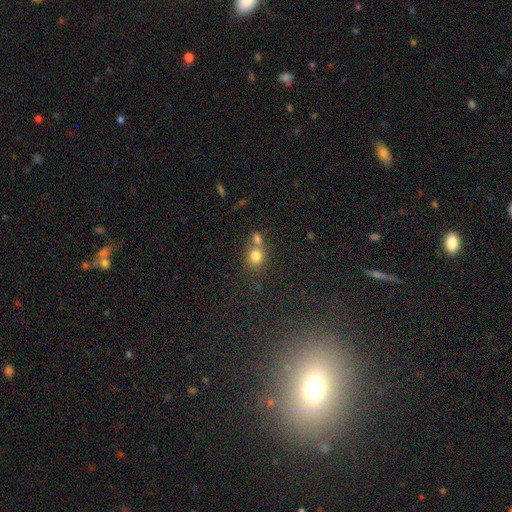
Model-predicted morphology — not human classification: This is likely a smooth galaxy (78%). How rounded: likely round (73%). Merging: marginally none (44%).